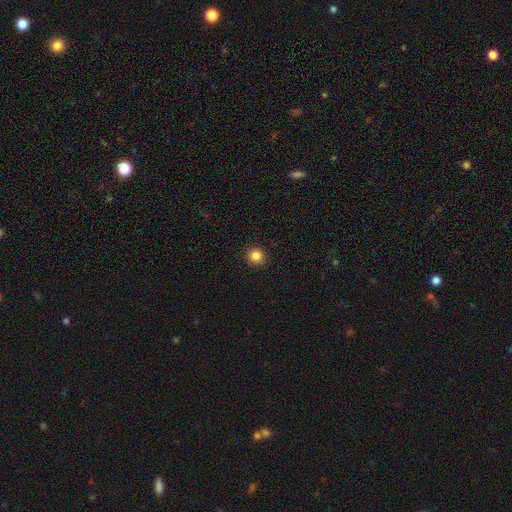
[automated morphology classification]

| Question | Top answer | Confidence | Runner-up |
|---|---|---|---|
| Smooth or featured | smooth | 84% | star or artifact (12%) |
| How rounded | round | 95% | in between (5%) |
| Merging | none | 93% | minor disturbance (5%) |